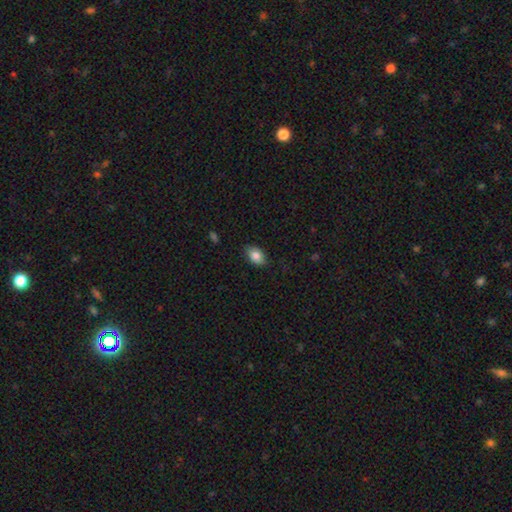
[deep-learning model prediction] A smooth galaxy with no disk features (84%) that is in between round and cigar-shaped (84%). Merging: none (81%).